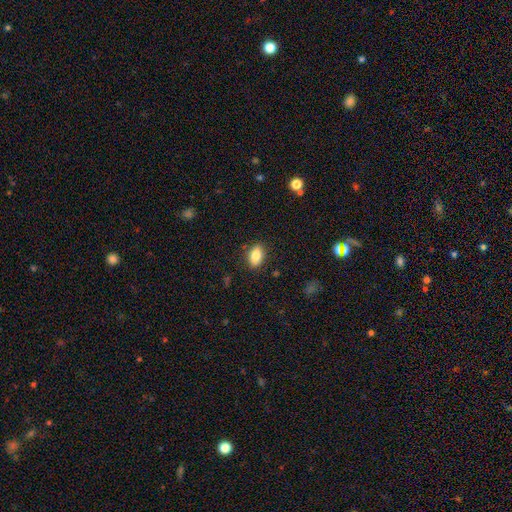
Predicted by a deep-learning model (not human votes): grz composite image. It shows a smooth galaxy with no disk features (83%) that is in between round and cigar-shaped (87%). Merging: none (85%).